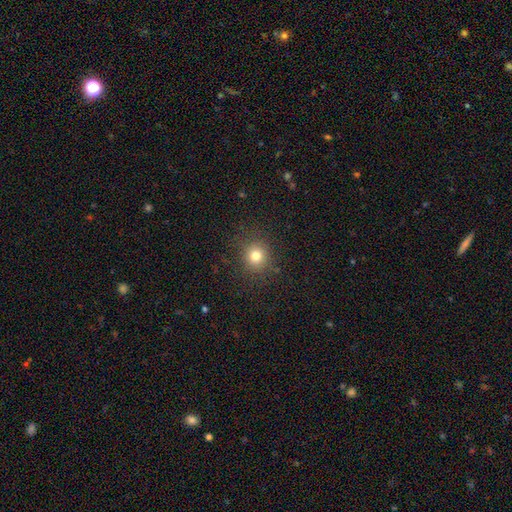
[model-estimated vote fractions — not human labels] Smooth or featured?
  - smooth: 78% *
  - star or artifact: 15%
  - featured or disk: 7%
How rounded?
  - round: 89% *
  - in between: 10%
  - cigar-shaped: 1%
Merging?
  - none: 88% *
  - minor disturbance: 8%
  - major disturbance: 3%
  - merger: 1%